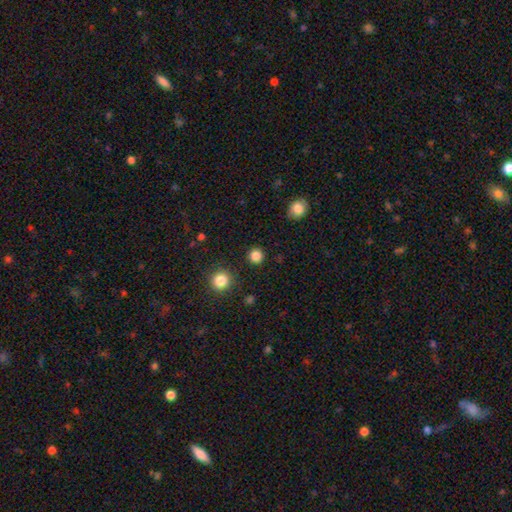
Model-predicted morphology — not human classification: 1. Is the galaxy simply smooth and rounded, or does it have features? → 84% smooth, 13% star or artifact, 3% featured or disk.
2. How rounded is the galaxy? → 94% round, 6% in between, 1% cigar-shaped.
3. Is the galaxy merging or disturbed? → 91% none, 5% minor disturbance, 2% major disturbance, 2% merger.